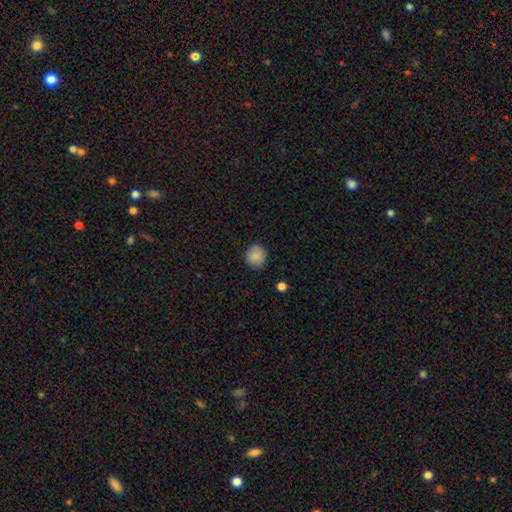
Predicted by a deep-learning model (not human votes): A smooth galaxy with no disk features (88%) that is round (90%). Merging: none (88%).